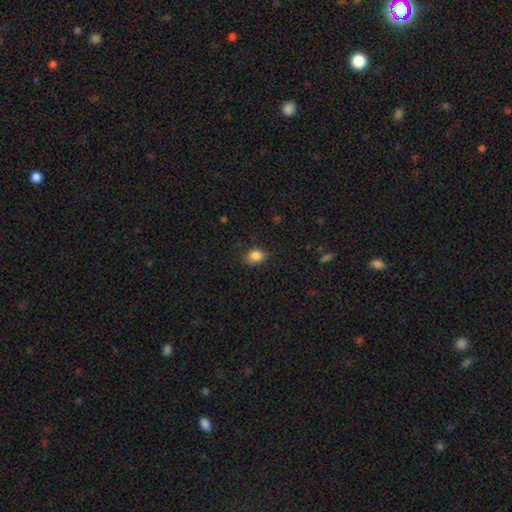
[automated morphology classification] smooth 86%, star or artifact 10%, featured or disk 4%. Down the decision tree: how rounded — in between (55%); merging — none (81%).